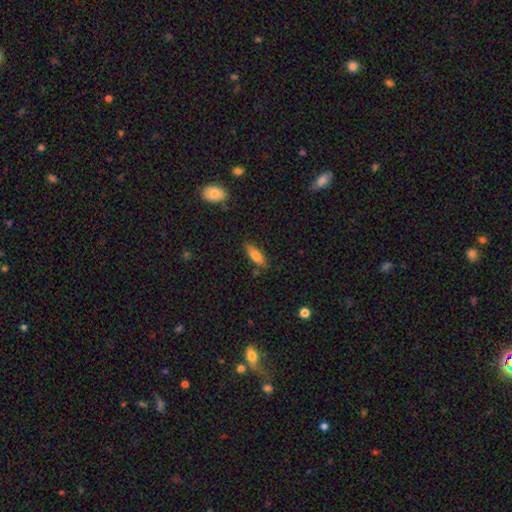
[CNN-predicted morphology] Q: Smooth or featured?
A: smooth (76%); runner-up: featured or disk (17%)
Q: How rounded?
A: in between (58%); runner-up: cigar-shaped (40%)
Q: Merging?
A: none (81%); runner-up: minor disturbance (14%)